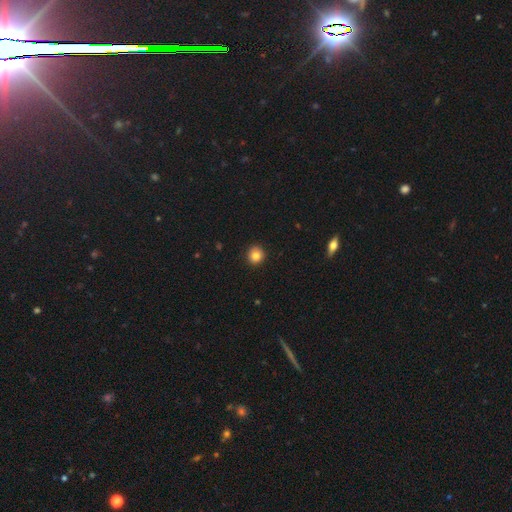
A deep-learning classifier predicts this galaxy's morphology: smooth_or_featured: smooth (p=0.84) [alt: star or artifact p=0.10]
how_rounded: round (p=0.90) [alt: in between p=0.09]
merging: none (p=0.91) [alt: minor disturbance p=0.06]